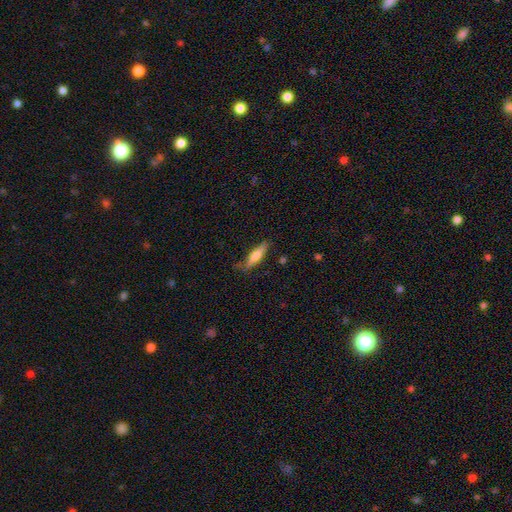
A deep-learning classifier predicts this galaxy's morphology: smooth_or_featured: smooth (p=0.61) [alt: featured or disk p=0.33]
how_rounded: cigar-shaped (p=0.74) [alt: in between p=0.24]
merging: none (p=0.74) [alt: minor disturbance p=0.19]